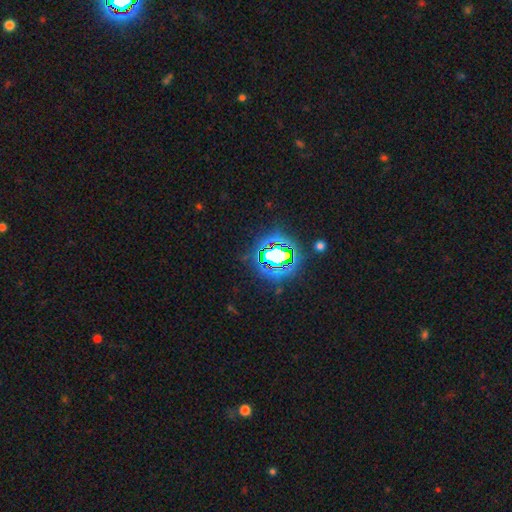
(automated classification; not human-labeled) Q: Smooth or featured?
A: star or artifact (84%); runner-up: smooth (10%)